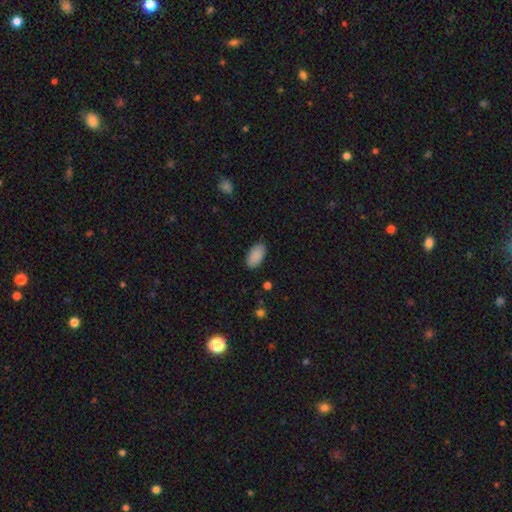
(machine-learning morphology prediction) Smooth or featured? Predicted: smooth (p=0.89). How rounded? Predicted: in between (p=0.95). Merging? Predicted: none (p=0.85).